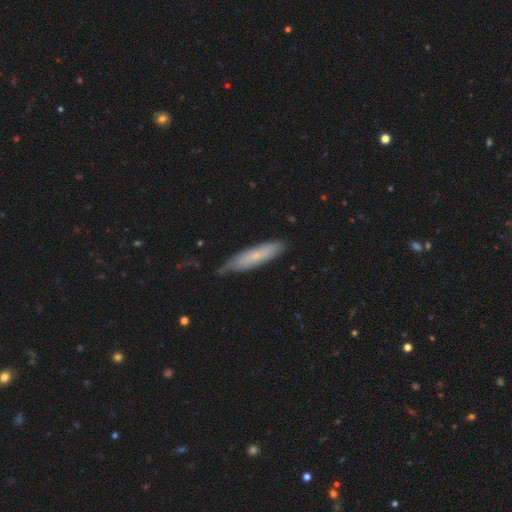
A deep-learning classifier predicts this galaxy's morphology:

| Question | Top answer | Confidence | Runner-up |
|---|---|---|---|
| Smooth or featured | smooth | 60% | featured or disk (34%) |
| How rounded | cigar-shaped | 79% | in between (19%) |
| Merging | none | 65% | minor disturbance (28%) |